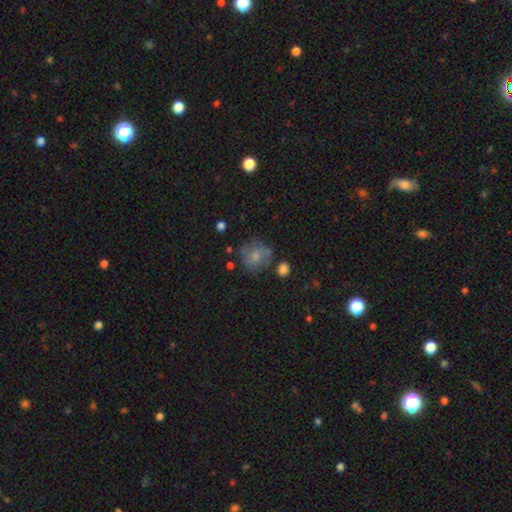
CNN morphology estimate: type=smooth (64%); roundness=round (77%); merging=none (59%).